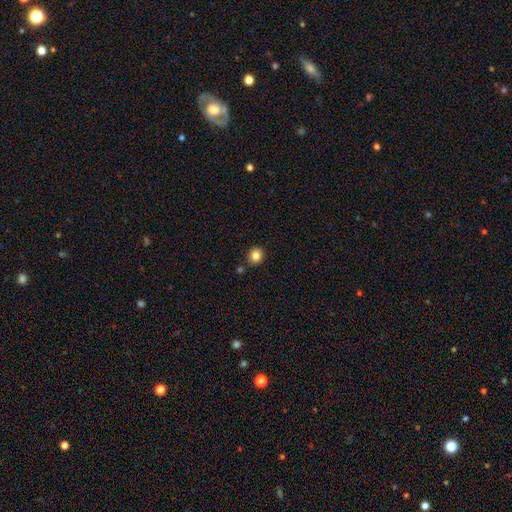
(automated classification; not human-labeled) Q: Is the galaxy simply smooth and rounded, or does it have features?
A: smooth — 83%.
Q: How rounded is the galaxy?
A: round — 86%.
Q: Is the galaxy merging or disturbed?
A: none — 84%.